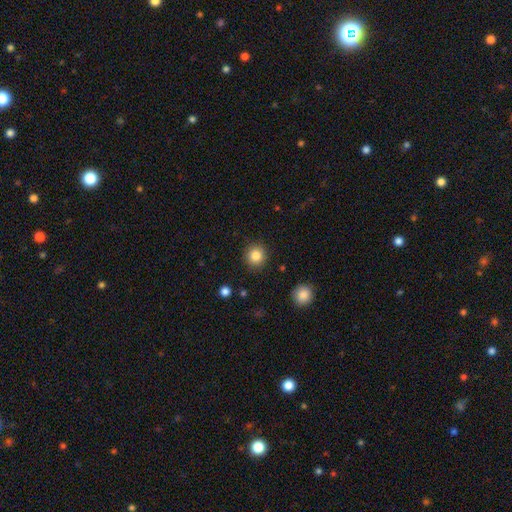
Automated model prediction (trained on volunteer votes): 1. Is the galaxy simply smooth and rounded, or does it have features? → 85% smooth, 10% star or artifact, 5% featured or disk.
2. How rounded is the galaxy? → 91% round, 8% in between, 1% cigar-shaped.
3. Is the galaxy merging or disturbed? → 90% none, 6% minor disturbance, 2% major disturbance, 1% merger.